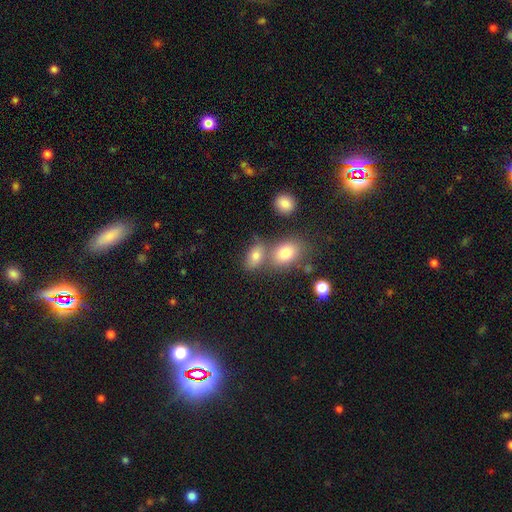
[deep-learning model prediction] The model was most divided on "merging": none: 50%, merger: 35%, minor disturbance: 11%, major disturbance: 5%. More confident: how rounded — in between (79%); smooth or featured — smooth (77%).